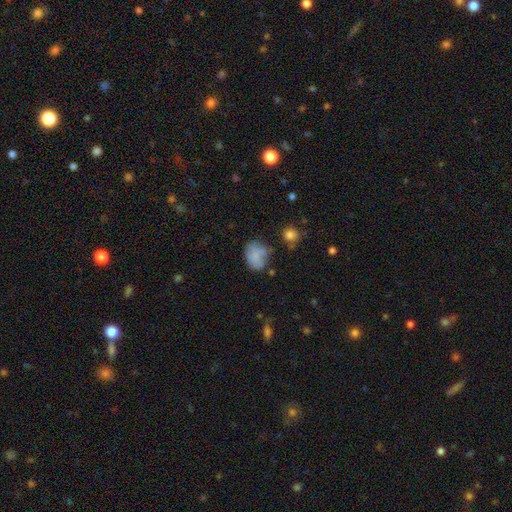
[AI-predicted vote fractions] This is likely a smooth galaxy (69%). How rounded: likely in between (66%). Merging: marginally none (42%).